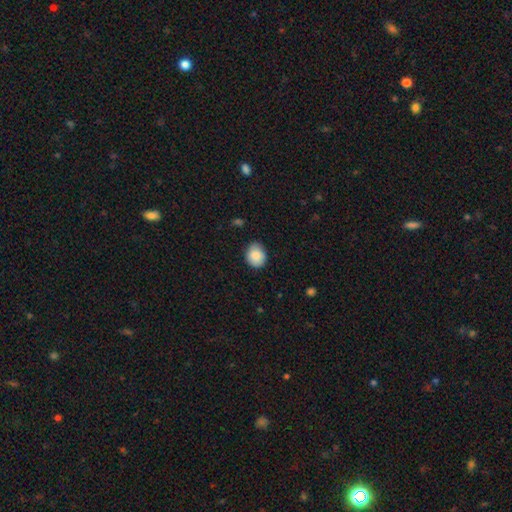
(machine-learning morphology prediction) A smooth galaxy with no disk features (86%) that is round (59%). Merging: none (78%).